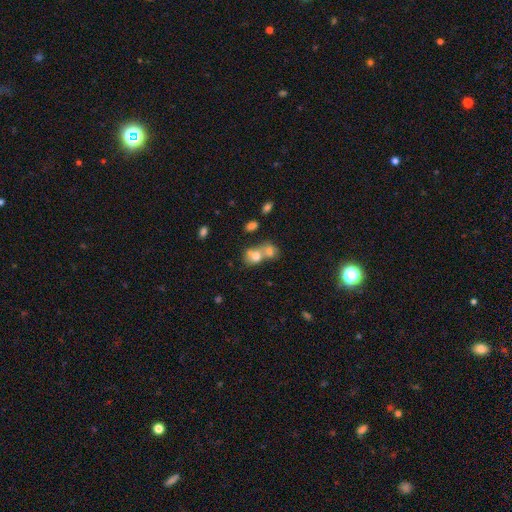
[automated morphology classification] A smooth galaxy with no disk features (71%) that is in between round and cigar-shaped (54%). Merging: merger (65%).